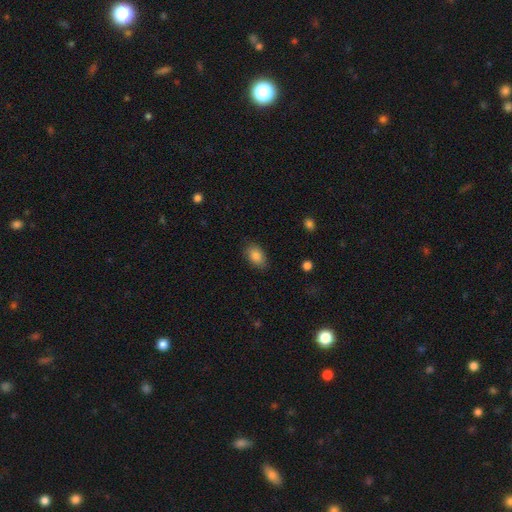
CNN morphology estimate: Smooth or featured?
  - smooth: 86% *
  - star or artifact: 8%
  - featured or disk: 6%
How rounded?
  - in between: 88% *
  - round: 10%
  - cigar-shaped: 2%
Merging?
  - none: 84% *
  - minor disturbance: 12%
  - major disturbance: 3%
  - merger: 1%